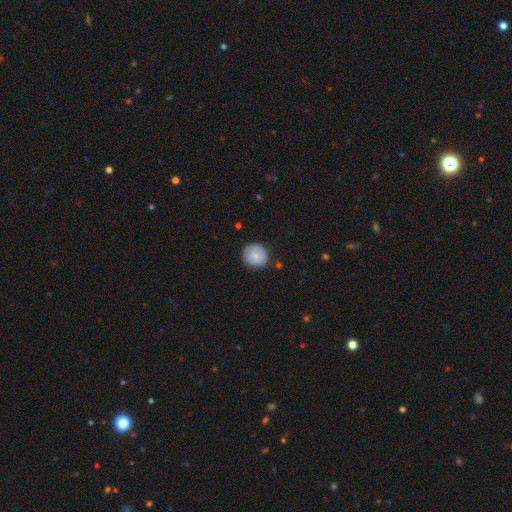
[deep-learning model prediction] Smooth or featured? Predicted: smooth (p=0.74). How rounded? Predicted: round (p=0.90). Merging? Predicted: none (p=0.83).